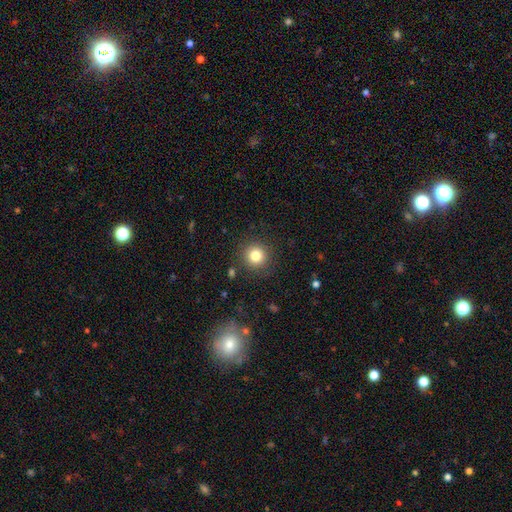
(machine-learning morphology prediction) Smooth or featured? smooth (81%)
How rounded? round (94%)
Merging? none (90%)